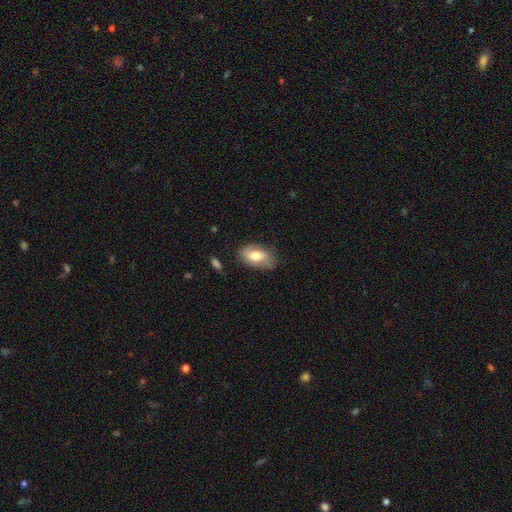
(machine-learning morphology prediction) smooth-or-featured: smooth: 68% | featured or disk: 25% | star or artifact: 7%
  how-rounded: in between: 91% | round: 6% | cigar-shaped: 3%
  merging: none: 75% | minor disturbance: 19% | major disturbance: 4% | merger: 2%